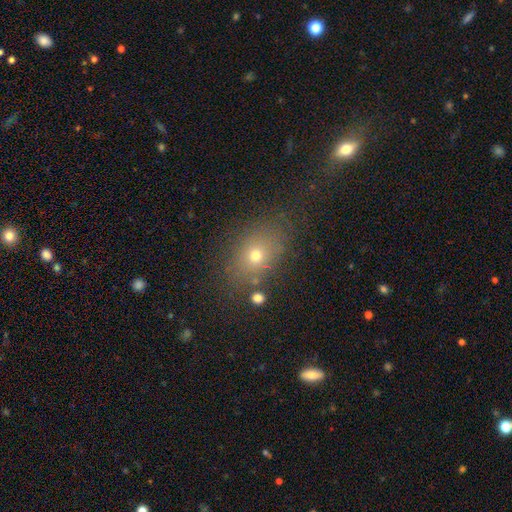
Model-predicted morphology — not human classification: Smooth or featured?
  - smooth: 67% *
  - star or artifact: 18%
  - featured or disk: 16%
How rounded?
  - in between: 62% *
  - round: 36%
  - cigar-shaped: 2%
Merging?
  - none: 77% *
  - minor disturbance: 13%
  - major disturbance: 6%
  - merger: 4%